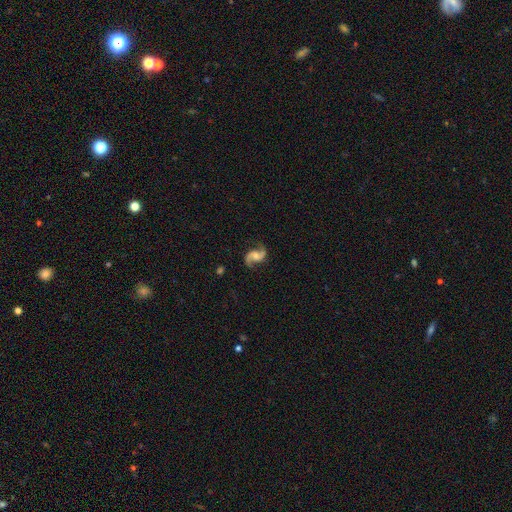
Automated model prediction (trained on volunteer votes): Morphology: type=featured or disk (90%); edge-on=no (98%); bar=no (55%); spiral arms=yes (98%); winding=loose (48%); arm count=2 (94%); bulge=moderate (50%); merging=none (81%).